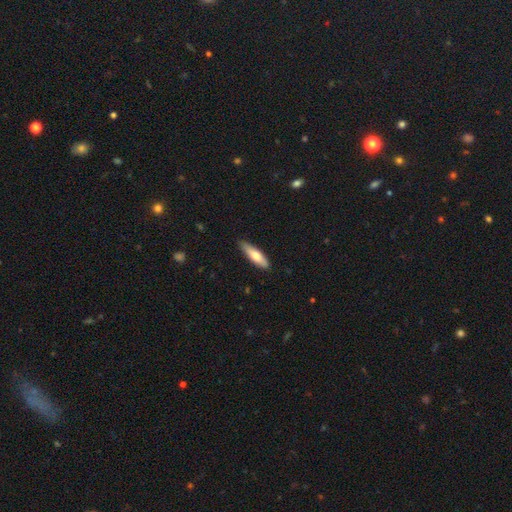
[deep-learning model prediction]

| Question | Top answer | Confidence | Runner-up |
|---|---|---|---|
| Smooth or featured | smooth | 69% | featured or disk (26%) |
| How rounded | cigar-shaped | 62% | in between (36%) |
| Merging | none | 84% | minor disturbance (13%) |